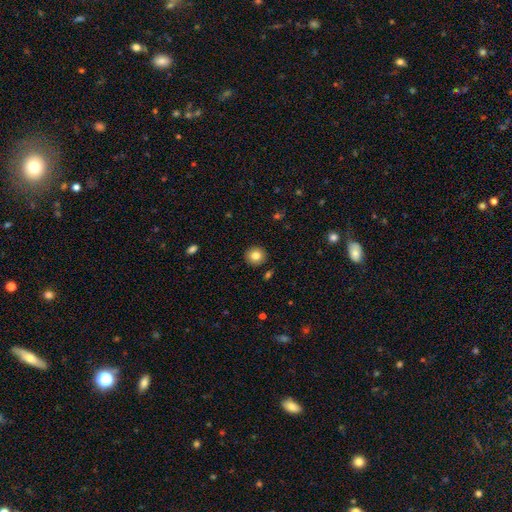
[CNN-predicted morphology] This is clearly a smooth galaxy (82%). How rounded: clearly round (91%). Merging: clearly none (91%).